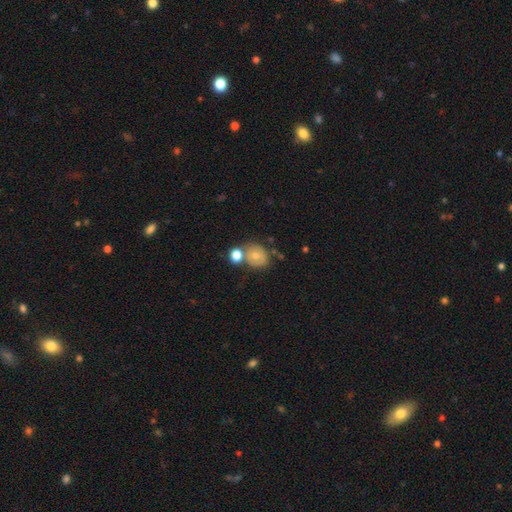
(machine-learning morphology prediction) This appears to be a smooth galaxy with no disk features (65%) that is round (69%). Merging: none (50%).